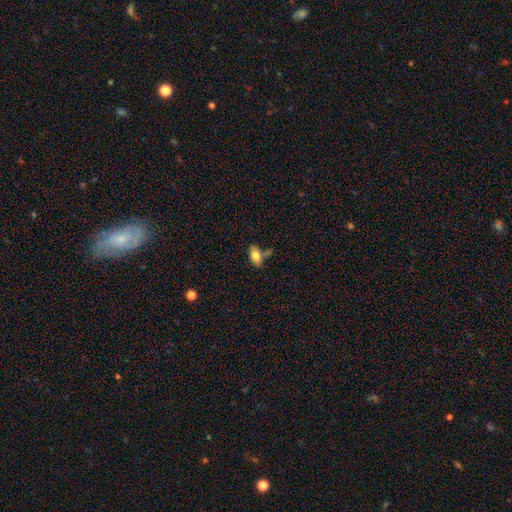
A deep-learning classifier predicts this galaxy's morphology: smooth_or_featured: smooth (p=0.78) [alt: featured or disk p=0.14]
how_rounded: in between (p=0.90) [alt: cigar-shaped p=0.06]
merging: none (p=0.68) [alt: minor disturbance p=0.16]